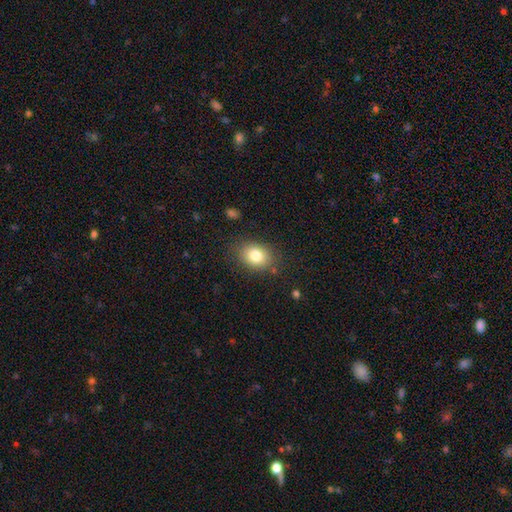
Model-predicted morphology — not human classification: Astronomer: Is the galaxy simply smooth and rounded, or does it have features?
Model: smooth — 81%.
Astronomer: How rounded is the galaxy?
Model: in between — 62%.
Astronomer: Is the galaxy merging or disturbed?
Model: none — 82%.